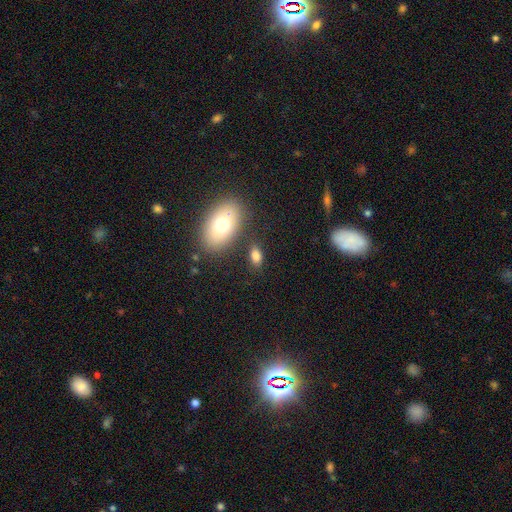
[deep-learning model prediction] smooth-or-featured: smooth: 80% | star or artifact: 11% | featured or disk: 10%
  how-rounded: in between: 88% | round: 9% | cigar-shaped: 3%
  merging: none: 76% | minor disturbance: 13% | merger: 7% | major disturbance: 4%